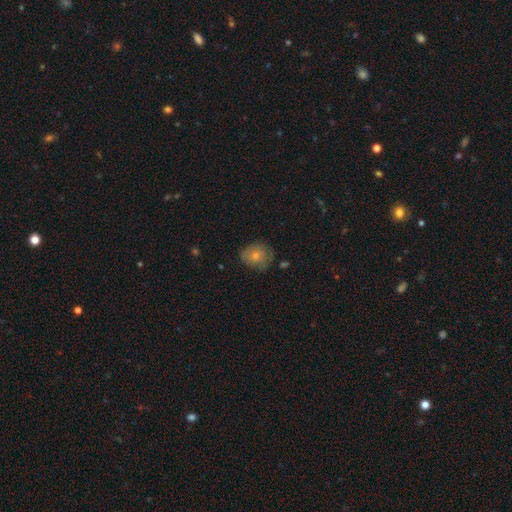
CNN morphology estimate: smooth-or-featured: smooth: 73% | featured or disk: 18% | star or artifact: 8%
  how-rounded: round: 73% | in between: 26% | cigar-shaped: 1%
  merging: none: 70% | minor disturbance: 22% | major disturbance: 6% | merger: 2%